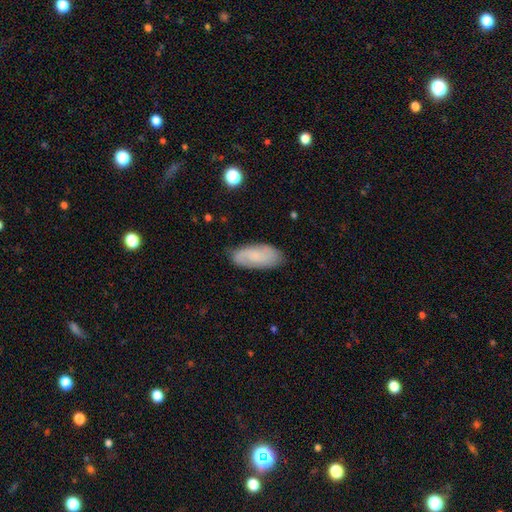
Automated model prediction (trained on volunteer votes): Smooth or featured: smooth — 55% (featured or disk — 37%)
How rounded: in between — 85% (cigar-shaped — 13%)
Merging: none — 81% (minor disturbance — 14%)